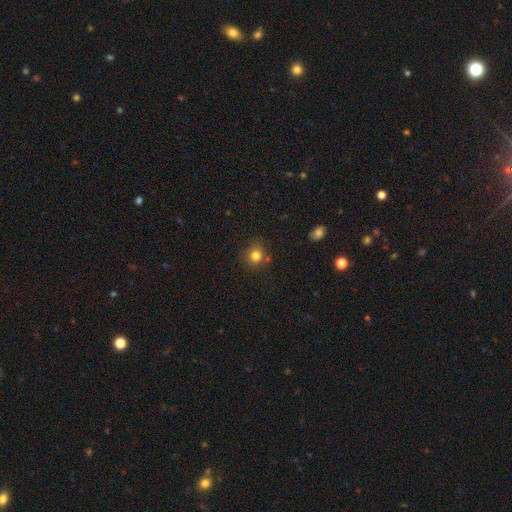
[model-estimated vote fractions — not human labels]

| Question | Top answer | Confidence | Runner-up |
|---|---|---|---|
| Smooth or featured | smooth | 80% | star or artifact (13%) |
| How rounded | round | 84% | in between (15%) |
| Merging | none | 77% | minor disturbance (14%) |